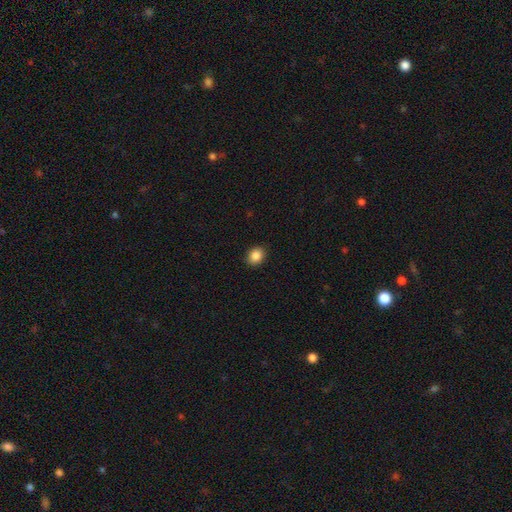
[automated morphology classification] Smooth or featured?
  - smooth: 87% *
  - star or artifact: 9%
  - featured or disk: 4%
How rounded?
  - round: 59% *
  - in between: 40%
  - cigar-shaped: 1%
Merging?
  - none: 90% *
  - minor disturbance: 7%
  - major disturbance: 2%
  - merger: 1%